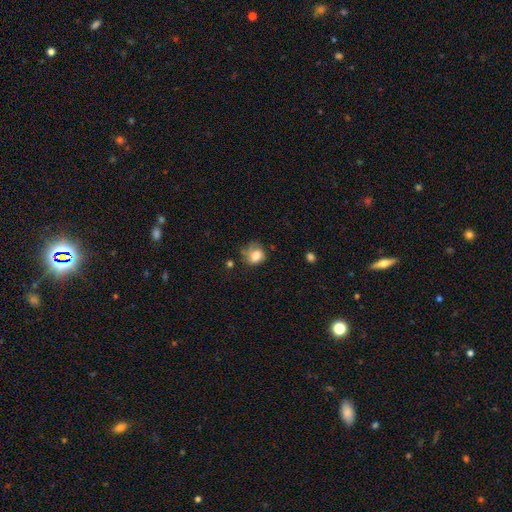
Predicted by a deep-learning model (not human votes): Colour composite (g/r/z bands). It shows a smooth galaxy with no disk features (78%) that is round (60%). Merging: none (44%).